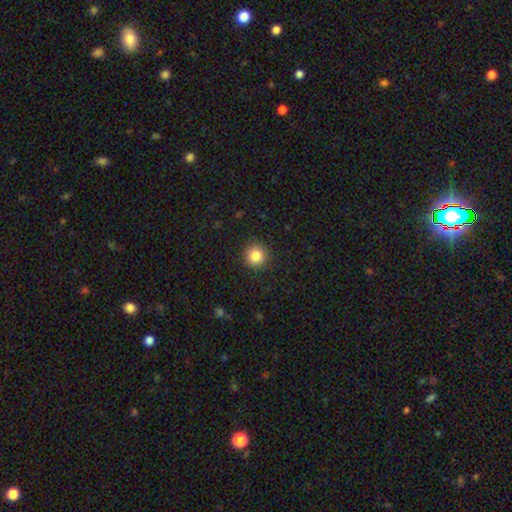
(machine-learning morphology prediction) Overall: smooth (84%). How rounded: round (94%). Merging: none (91%).